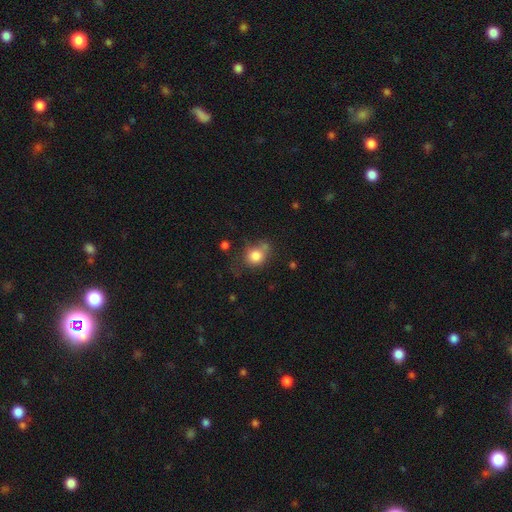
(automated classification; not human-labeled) A smooth galaxy with no disk features (81%) that is round (71%). Merging: none (51%).